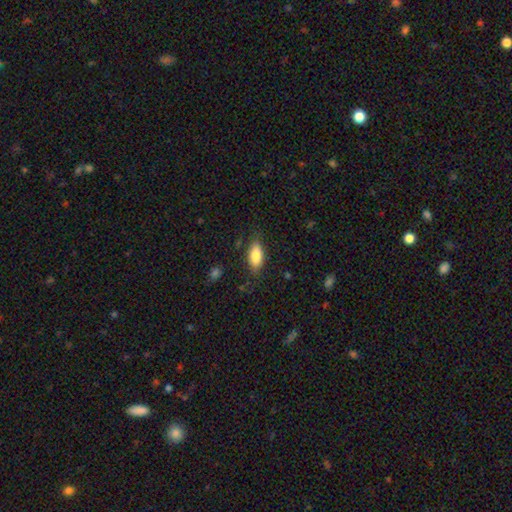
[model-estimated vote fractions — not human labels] This appears to be a smooth galaxy with no disk features (83%) that is in between round and cigar-shaped (83%). Merging: none (80%).